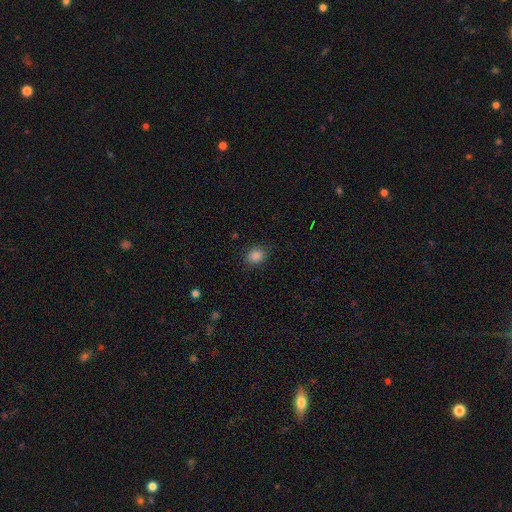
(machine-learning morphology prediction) smooth_or_featured: smooth (p=0.85) [alt: star or artifact p=0.11]
how_rounded: round (p=0.57) [alt: in between p=0.42]
merging: none (p=0.85) [alt: minor disturbance p=0.11]